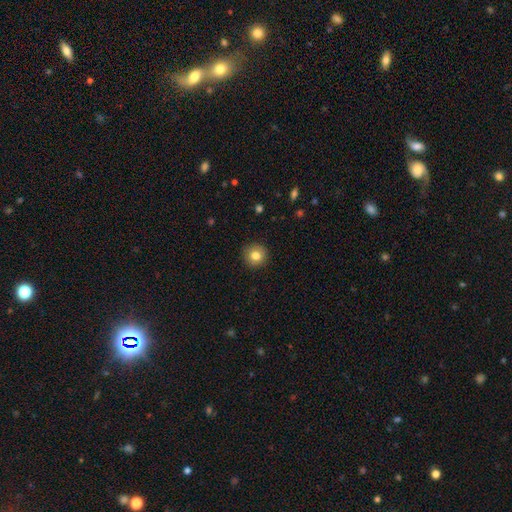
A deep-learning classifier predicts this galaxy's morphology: Smooth or featured: smooth — 81% (star or artifact — 10%)
How rounded: round — 94% (in between — 5%)
Merging: none — 92% (minor disturbance — 6%)